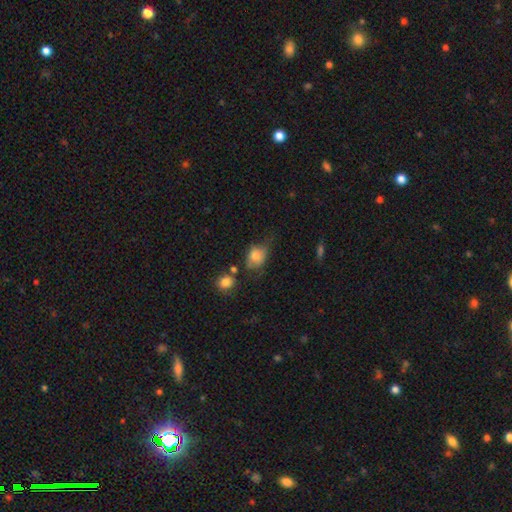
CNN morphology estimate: smooth 73%, featured or disk 17%, star or artifact 10%. Down the decision tree: how rounded — in between (63%); merging — none (37%).